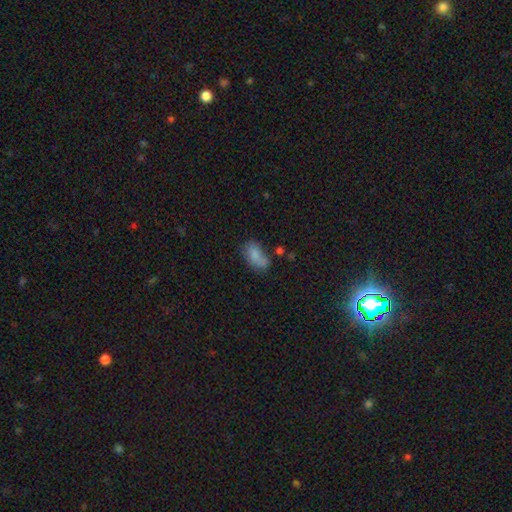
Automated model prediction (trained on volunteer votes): Q: Smooth or featured?
A: smooth (77%); runner-up: featured or disk (13%)
Q: How rounded?
A: in between (90%); runner-up: round (7%)
Q: Merging?
A: none (43%); runner-up: minor disturbance (28%)